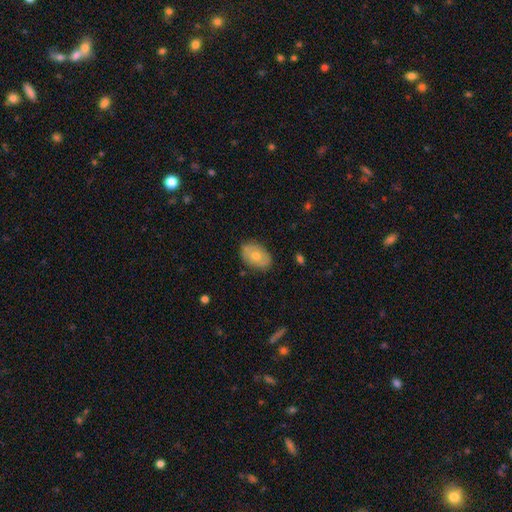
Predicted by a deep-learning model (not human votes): This is likely a smooth galaxy (66%). How rounded: clearly in between (85%). Merging: clearly none (82%).